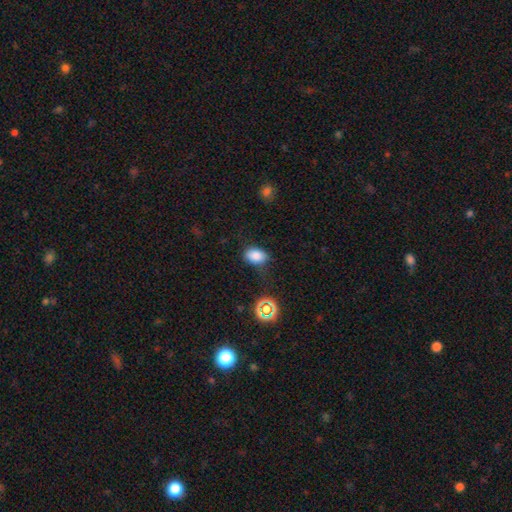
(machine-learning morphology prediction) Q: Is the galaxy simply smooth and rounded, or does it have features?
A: smooth — 82%.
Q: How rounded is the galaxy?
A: in between — 83%.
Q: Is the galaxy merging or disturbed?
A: none — 71%.